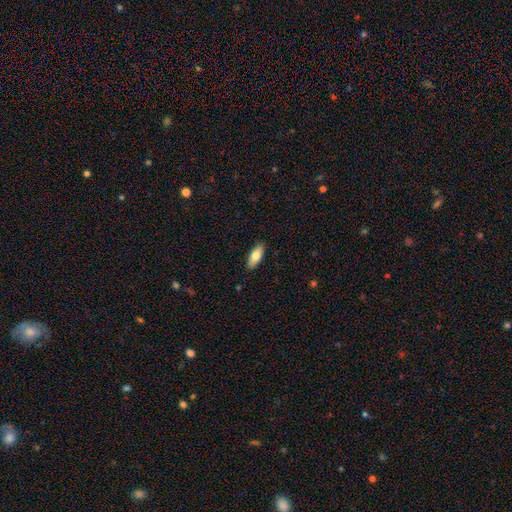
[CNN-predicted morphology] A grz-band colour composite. It shows a smooth galaxy with no disk features (76%) that is in between round and cigar-shaped (75%). Merging: none (89%).